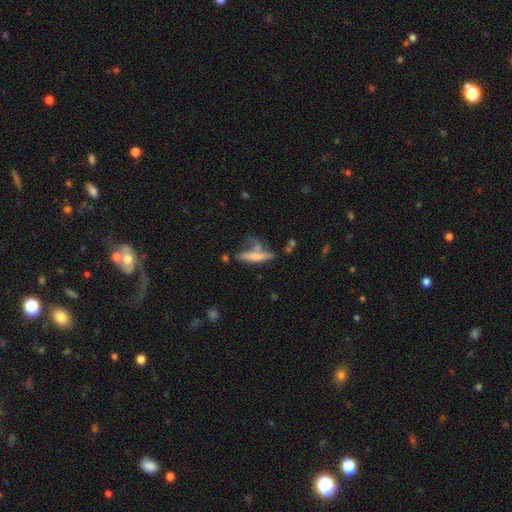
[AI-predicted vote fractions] Smooth or featured? Predicted: smooth (p=0.60). How rounded? Predicted: cigar-shaped (p=0.79). Merging? Predicted: none (p=0.45).